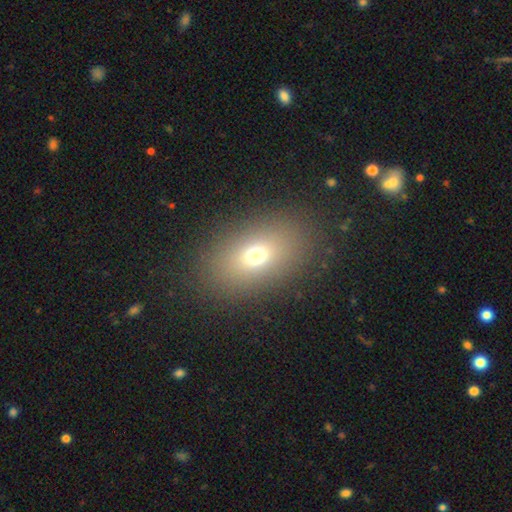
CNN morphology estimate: This is likely a smooth galaxy (69%). How rounded: clearly in between (81%). Merging: clearly none (85%).